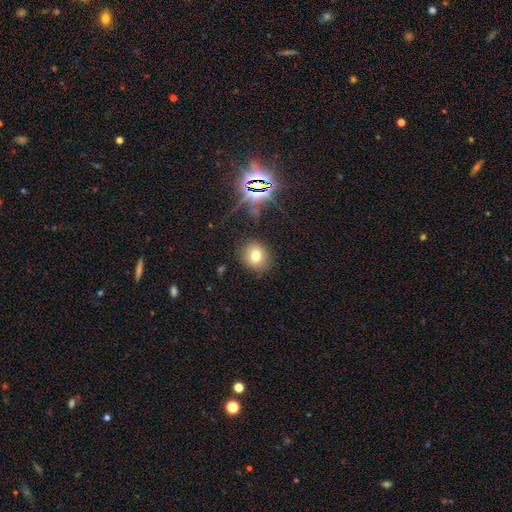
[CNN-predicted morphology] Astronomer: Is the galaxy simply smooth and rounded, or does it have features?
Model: smooth — 72%.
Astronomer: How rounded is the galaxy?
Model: round — 80%.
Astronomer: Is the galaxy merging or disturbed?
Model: none — 85%.